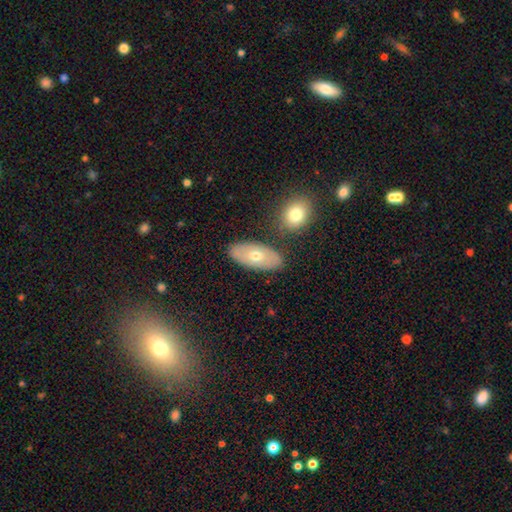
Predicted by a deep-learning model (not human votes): This appears to be a smooth galaxy with no disk features (60%) that is in between round and cigar-shaped (91%). Merging: none (79%).